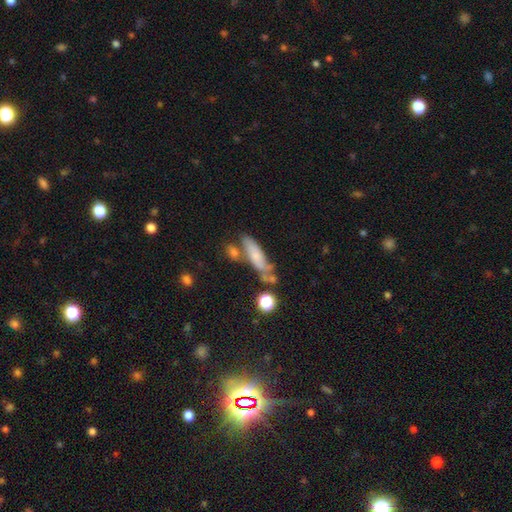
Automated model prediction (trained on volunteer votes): smooth-or-featured: smooth: 58% | featured or disk: 32% | star or artifact: 9%
  how-rounded: cigar-shaped: 55% | in between: 41% | round: 4%
  merging: none: 43% | minor disturbance: 24% | merger: 21% | major disturbance: 12%